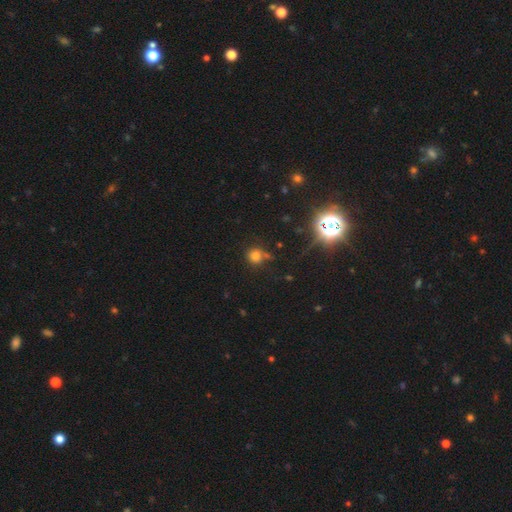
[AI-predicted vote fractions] Smooth or featured? Predicted: smooth (p=0.71). How rounded? Predicted: round (p=0.90). Merging? Predicted: none (p=0.70).